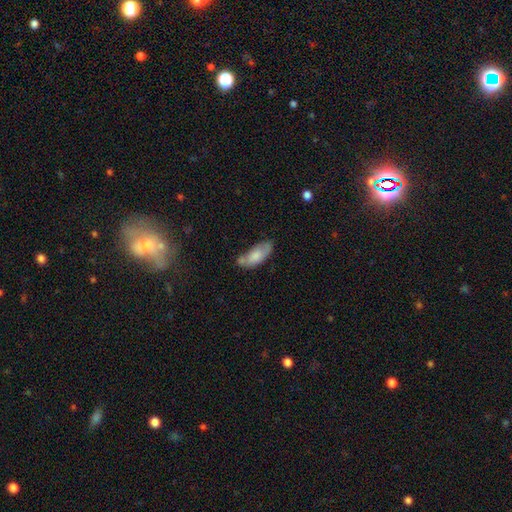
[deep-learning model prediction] smooth_or_featured: smooth (p=0.70) [alt: featured or disk p=0.23]
how_rounded: in between (p=0.82) [alt: cigar-shaped p=0.15]
merging: none (p=0.46) [alt: minor disturbance p=0.31]